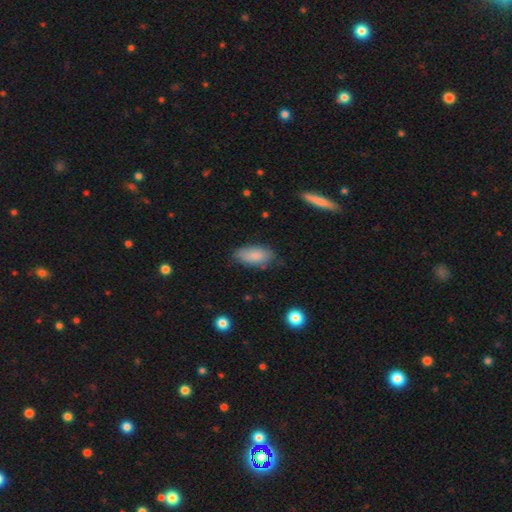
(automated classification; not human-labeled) This is clearly a smooth galaxy (85%). How rounded: clearly in between (90%). Merging: likely none (71%).